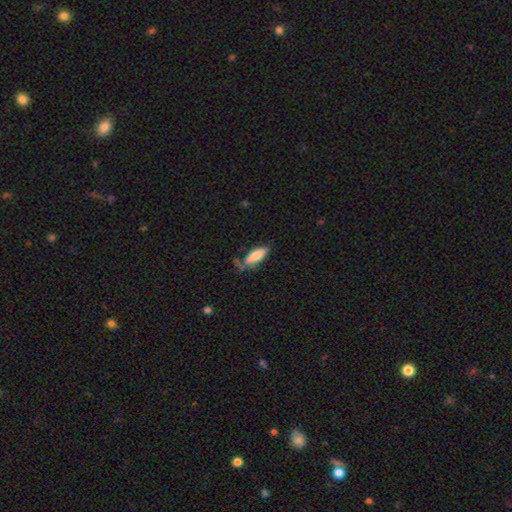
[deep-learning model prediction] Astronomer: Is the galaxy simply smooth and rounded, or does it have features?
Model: smooth — 77%.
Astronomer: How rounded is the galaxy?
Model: in between — 60% (runner-up: cigar-shaped, 38%).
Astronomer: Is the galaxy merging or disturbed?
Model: none — 54%.